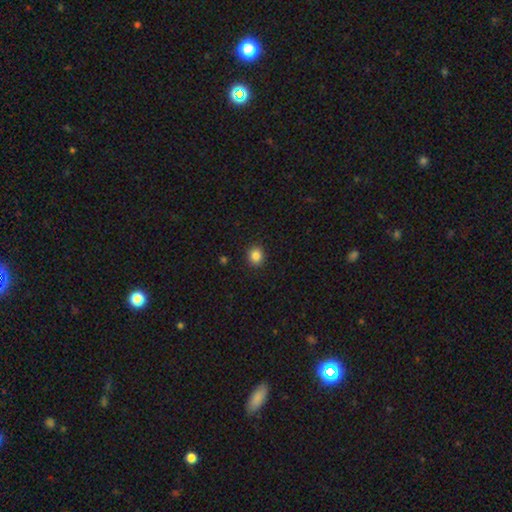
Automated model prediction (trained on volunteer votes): Smooth or featured: smooth — 85% (star or artifact — 11%)
How rounded: round — 79% (in between — 20%)
Merging: none — 92% (minor disturbance — 6%)